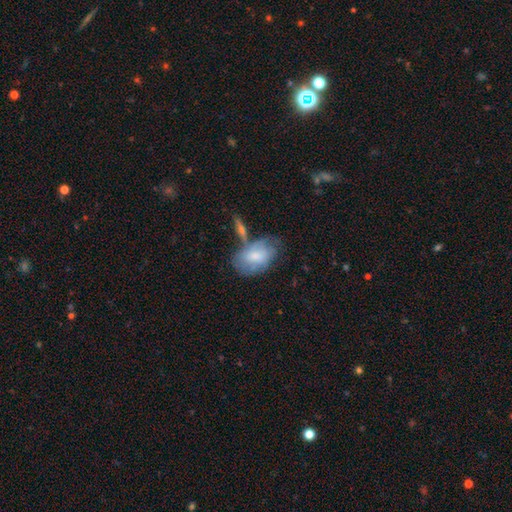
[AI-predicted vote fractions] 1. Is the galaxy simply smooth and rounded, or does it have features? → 59% smooth, 34% featured or disk, 7% star or artifact.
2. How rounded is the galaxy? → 88% in between, 10% round, 2% cigar-shaped.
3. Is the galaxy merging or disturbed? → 41% none, 24% minor disturbance, 23% merger, 13% major disturbance.